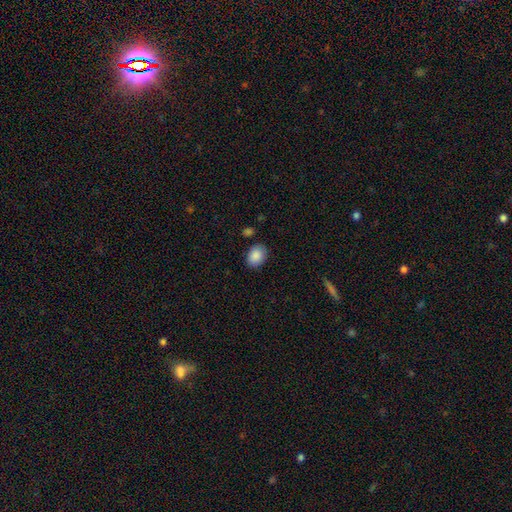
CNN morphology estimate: smooth_or_featured: smooth (p=0.89) [alt: star or artifact p=0.07]
how_rounded: in between (p=0.73) [alt: round p=0.27]
merging: none (p=0.84) [alt: minor disturbance p=0.11]